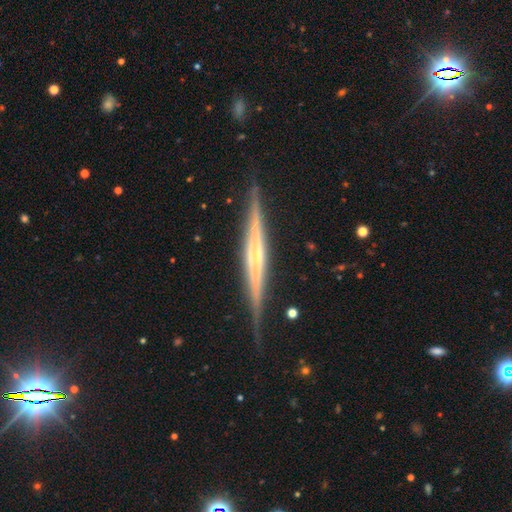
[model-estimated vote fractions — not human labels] A featured or disk galaxy (79%) viewed edge-on (97%) with a rounded central bulge (46%).

Vote fractions:
- Smooth or featured? featured or disk: 79% / smooth: 15% / star or artifact: 6%
- Edge-on disk? yes: 97% / no: 3%
- Edge-on bulge? rounded: 46% / none: 37% / boxy: 17%
- Merging? none: 85% / minor disturbance: 11% / major disturbance: 2% / merger: 1%